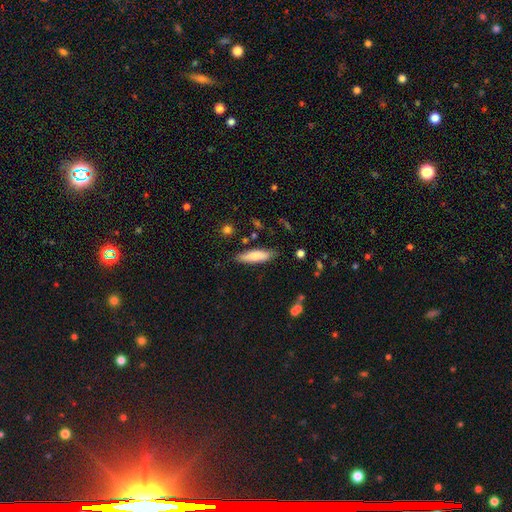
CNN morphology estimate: Smooth or featured? smooth (75%)
How rounded? cigar-shaped (63%)
Merging? none (82%)